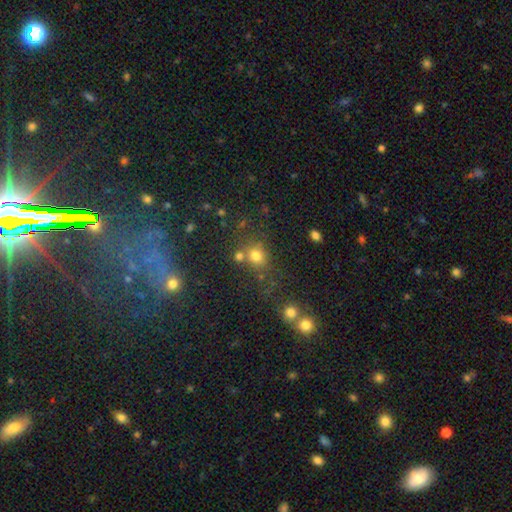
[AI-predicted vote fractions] smooth 74%, star or artifact 18%, featured or disk 8%. Down the decision tree: how rounded — round (71%); merging — none (61%).